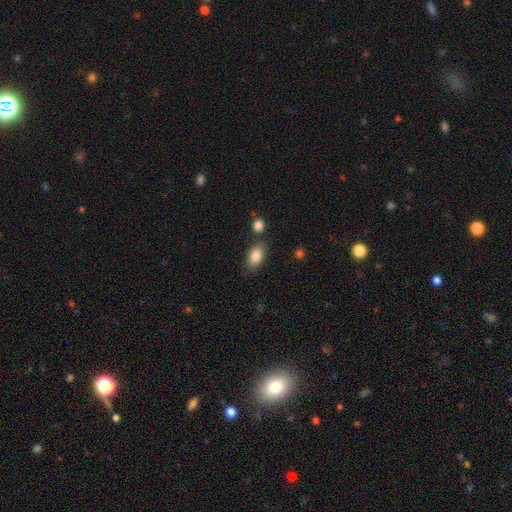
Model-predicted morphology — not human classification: Overall: smooth (84%). How rounded: in between (90%). Merging: none (77%).